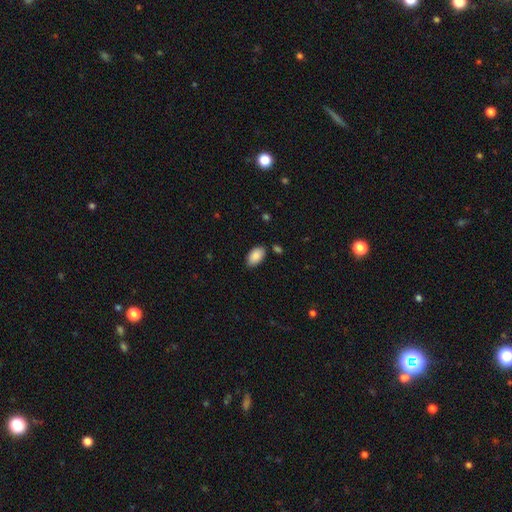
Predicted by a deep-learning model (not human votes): Smooth or featured: smooth — 89% (star or artifact — 7%)
How rounded: in between — 95% (round — 4%)
Merging: none — 79% (minor disturbance — 15%)